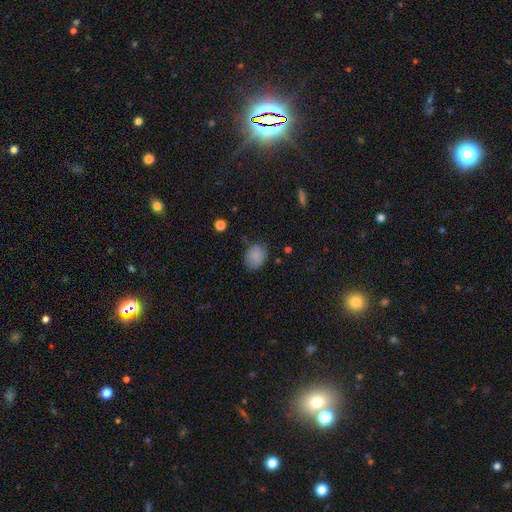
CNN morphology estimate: A smooth galaxy with no disk features (85%) that is in between round and cigar-shaped (57%).

Vote fractions:
- Smooth or featured? smooth: 85% / star or artifact: 9% / featured or disk: 6%
- How rounded? in between: 57% / round: 42% / cigar-shaped: 1%
- Merging? none: 70% / minor disturbance: 23% / major disturbance: 5% / merger: 2%